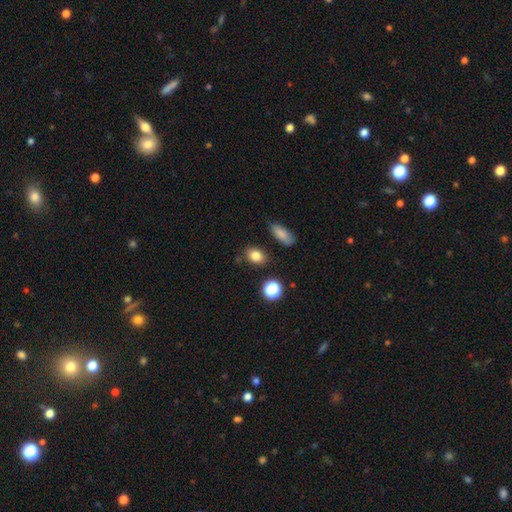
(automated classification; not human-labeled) Q: Smooth or featured?
A: smooth (82%); runner-up: star or artifact (12%)
Q: How rounded?
A: in between (68%); runner-up: round (30%)
Q: Merging?
A: none (82%); runner-up: minor disturbance (11%)